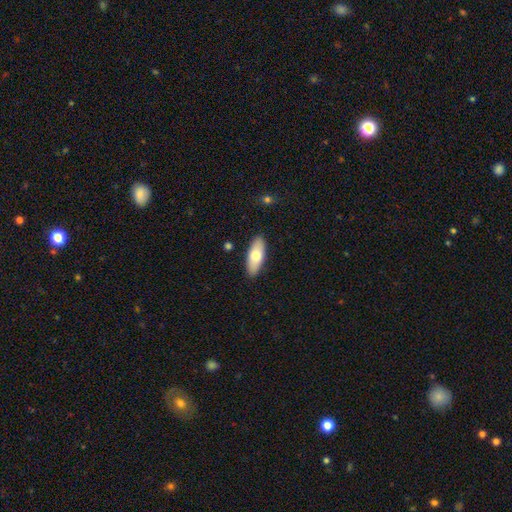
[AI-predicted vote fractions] Smooth or featured?
  - smooth: 73% *
  - featured or disk: 21%
  - star or artifact: 6%
How rounded?
  - in between: 78% *
  - cigar-shaped: 20%
  - round: 2%
Merging?
  - none: 89% *
  - minor disturbance: 8%
  - major disturbance: 2%
  - merger: 1%